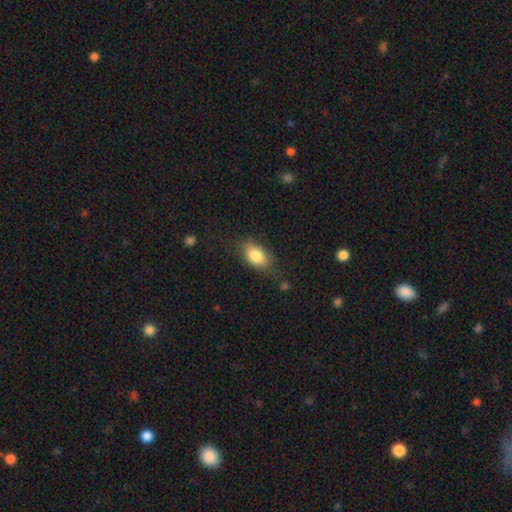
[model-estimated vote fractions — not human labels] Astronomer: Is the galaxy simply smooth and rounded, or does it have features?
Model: smooth — 84%.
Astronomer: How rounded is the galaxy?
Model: in between — 87%.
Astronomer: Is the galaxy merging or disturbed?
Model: none — 72%.